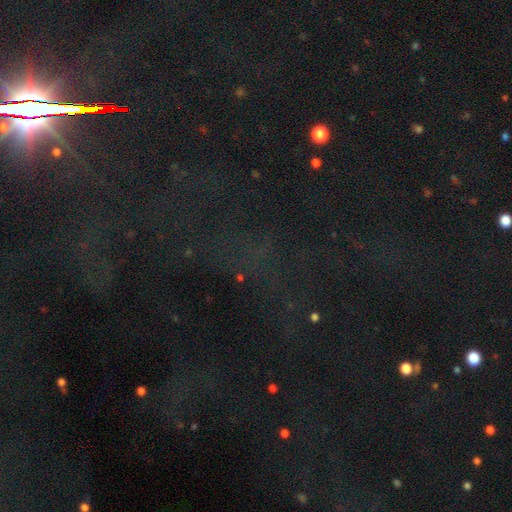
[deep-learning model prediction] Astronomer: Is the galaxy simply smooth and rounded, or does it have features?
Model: star or artifact — 78%.